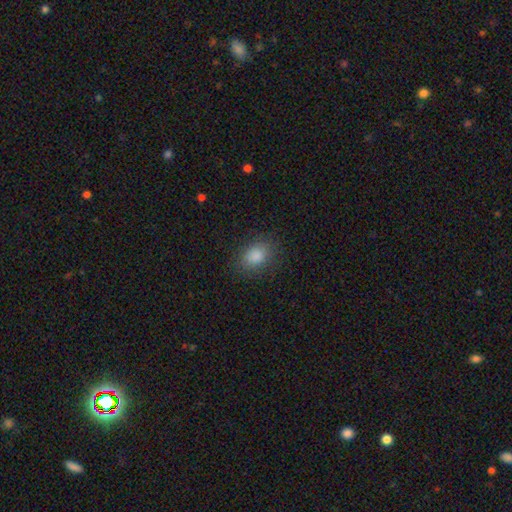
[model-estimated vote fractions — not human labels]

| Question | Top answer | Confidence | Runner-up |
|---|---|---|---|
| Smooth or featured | smooth | 85% | star or artifact (10%) |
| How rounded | in between | 70% | round (29%) |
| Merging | none | 85% | minor disturbance (11%) |